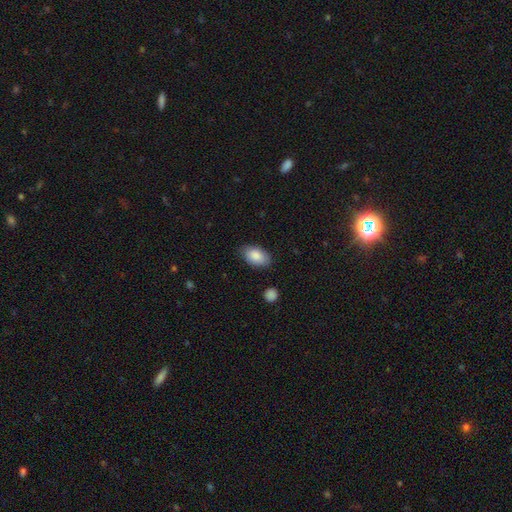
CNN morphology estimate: The model was most divided on "merging": none: 83%, minor disturbance: 13%, major disturbance: 3%, merger: 1%. More confident: how rounded — in between (93%); smooth or featured — smooth (88%).